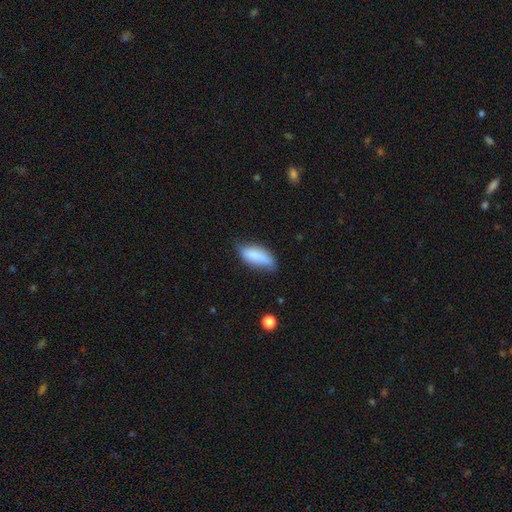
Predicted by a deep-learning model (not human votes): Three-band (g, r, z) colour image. It shows a smooth galaxy with no disk features (81%) that is in between round and cigar-shaped (80%). Merging: none (51%).